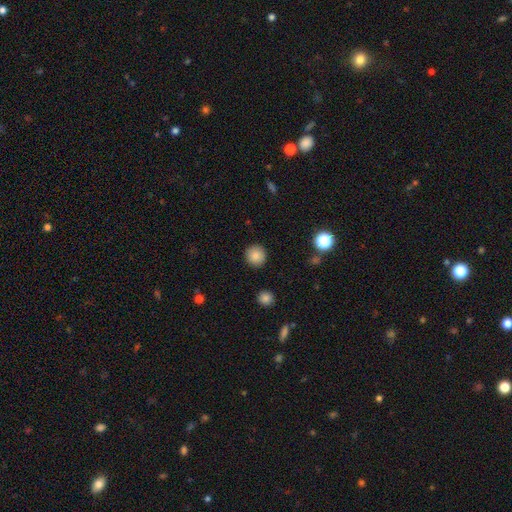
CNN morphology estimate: Smooth or featured?
  - smooth: 86% *
  - star or artifact: 9%
  - featured or disk: 5%
How rounded?
  - round: 94% *
  - in between: 5%
  - cigar-shaped: 1%
Merging?
  - none: 91% *
  - minor disturbance: 6%
  - major disturbance: 2%
  - merger: 1%